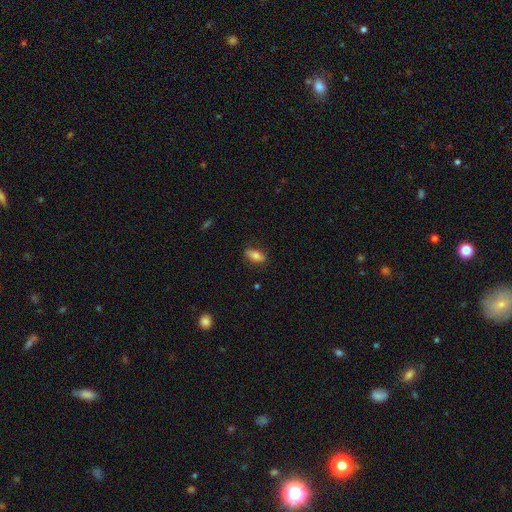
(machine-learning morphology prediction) A smooth galaxy with no disk features (73%) that is in between round and cigar-shaped (79%).

Vote fractions:
- Smooth or featured? smooth: 73% / featured or disk: 19% / star or artifact: 8%
- How rounded? in between: 79% / cigar-shaped: 17% / round: 4%
- Merging? none: 77% / minor disturbance: 18% / major disturbance: 4% / merger: 1%